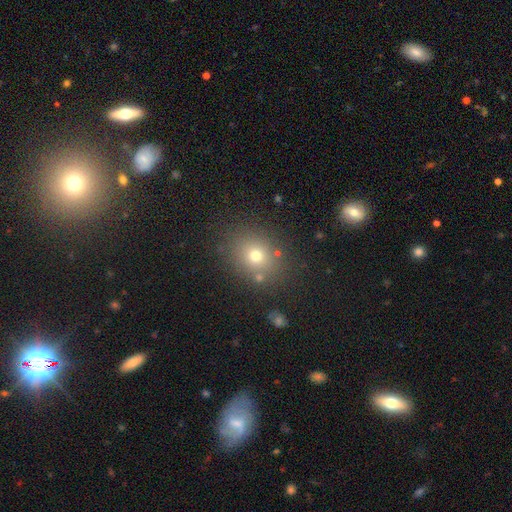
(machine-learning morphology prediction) smooth_or_featured: smooth (p=0.70) [alt: star or artifact p=0.18]
how_rounded: round (p=0.66) [alt: in between p=0.33]
merging: none (p=0.81) [alt: minor disturbance p=0.10]